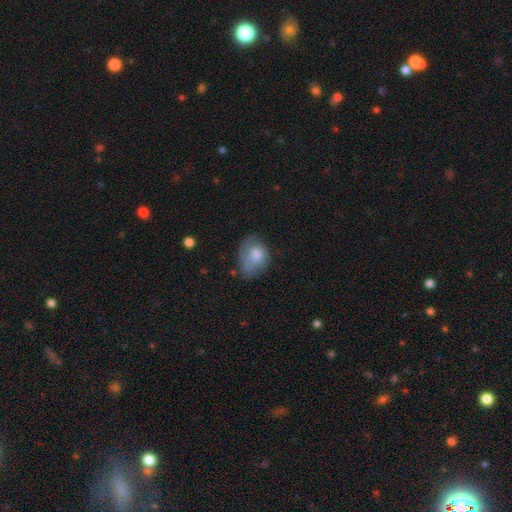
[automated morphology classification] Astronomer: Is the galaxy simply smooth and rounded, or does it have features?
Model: smooth — 64%.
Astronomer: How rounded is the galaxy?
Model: in between — 70%.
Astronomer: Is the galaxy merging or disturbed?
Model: none — 42% (runner-up: minor disturbance, 34%).